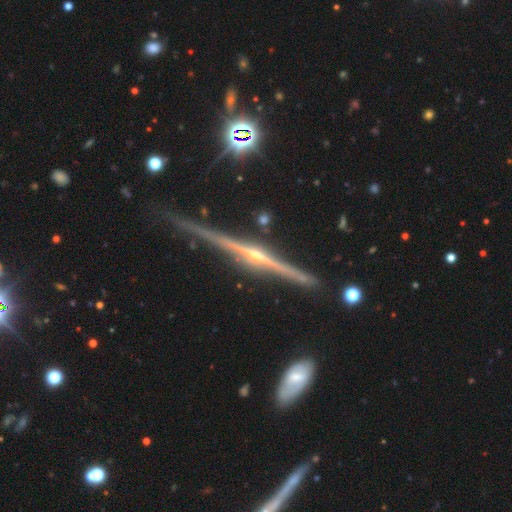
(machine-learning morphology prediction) Smooth or featured?
  - featured or disk: 88% *
  - star or artifact: 7%
  - smooth: 5%
Edge-on disk?
  - yes: 98% *
  - no: 2%
Edge-on bulge?
  - rounded: 77% *
  - none: 14%
  - boxy: 8%
Merging?
  - none: 83% *
  - minor disturbance: 12%
  - merger: 3%
  - major disturbance: 3%